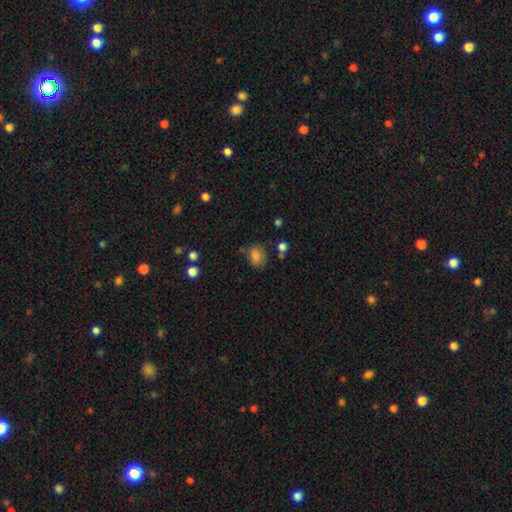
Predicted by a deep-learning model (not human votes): smooth 79%, featured or disk 11%, star or artifact 10%. Down the decision tree: how rounded — in between (52%); merging — none (67%).